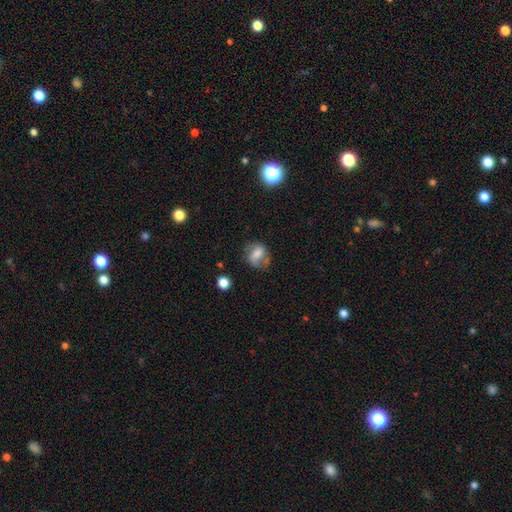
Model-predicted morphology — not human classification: Overall: smooth (58%; featured or disk 32%). How rounded: in between (50%; round 48%). Merging: none (57%; minor disturbance 26%).